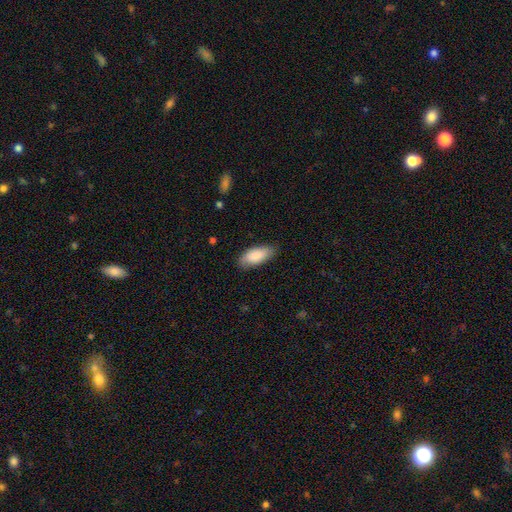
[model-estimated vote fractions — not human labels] Smooth or featured? smooth (87%)
How rounded? in between (86%)
Merging? none (79%)